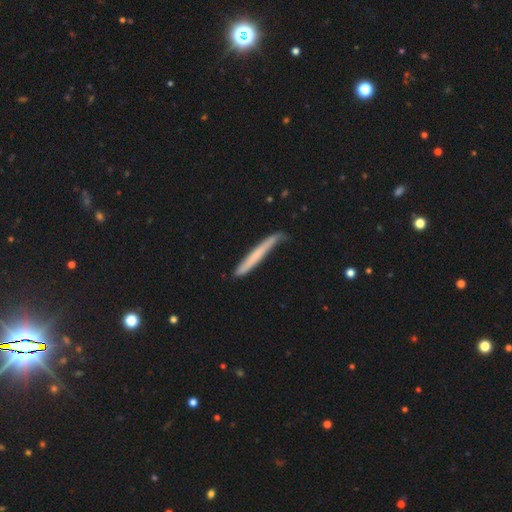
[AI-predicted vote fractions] The model was most divided on "smooth or featured": smooth: 61%, featured or disk: 33%, star or artifact: 6%. More confident: how rounded — cigar-shaped (97%); merging — none (66%).